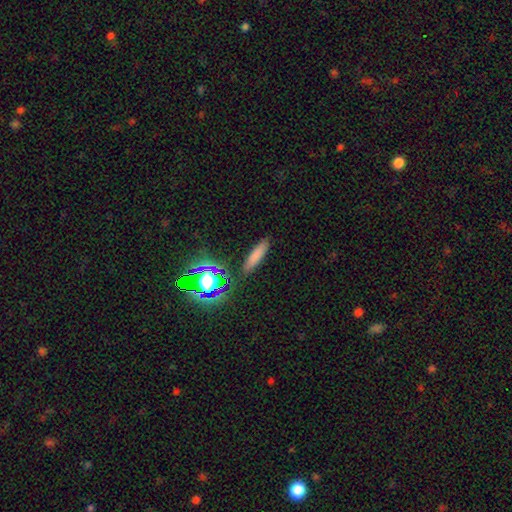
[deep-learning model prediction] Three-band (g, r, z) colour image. It shows a smooth galaxy with no disk features (74%) that is cigar-shaped (76%). Merging: none (87%).